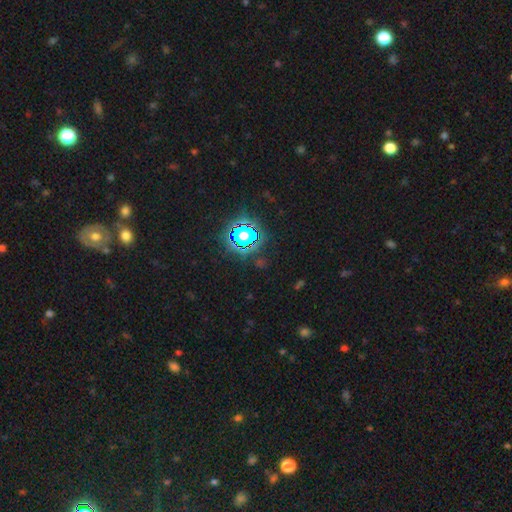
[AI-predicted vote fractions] The model was most divided on "smooth or featured": star or artifact: 77%, smooth: 15%, featured or disk: 8%.